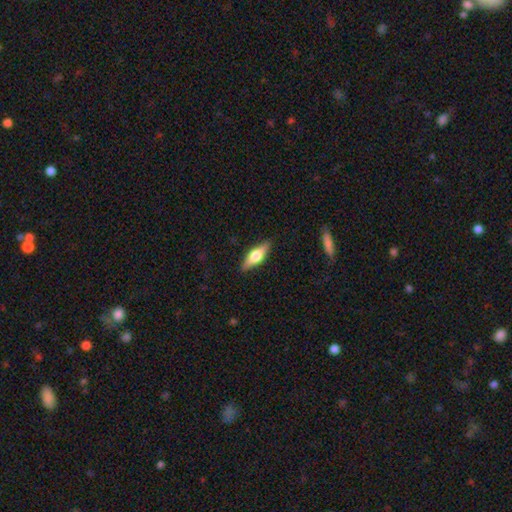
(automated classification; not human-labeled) smooth_or_featured: featured or disk (p=0.51) [alt: smooth p=0.43]
disk_edge_on: yes (p=0.93) [alt: no p=0.07]
merging: none (p=0.89) [alt: minor disturbance p=0.08]